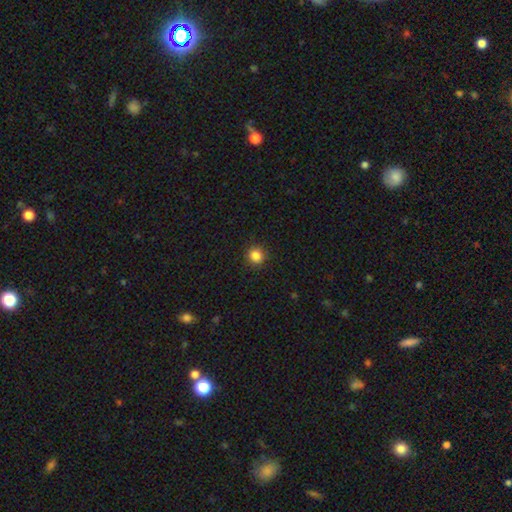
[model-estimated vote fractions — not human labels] This is clearly a smooth galaxy (85%). How rounded: clearly round (93%). Merging: clearly none (91%).